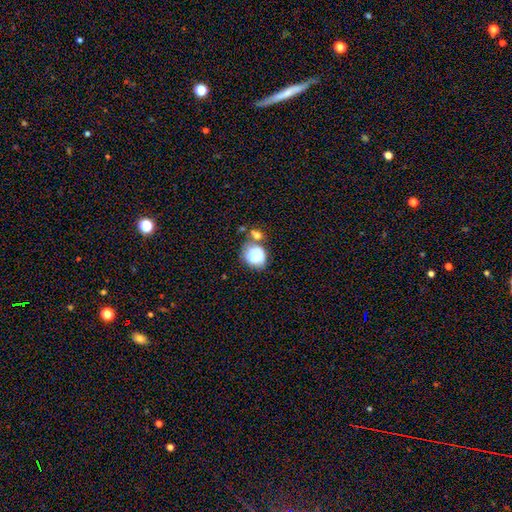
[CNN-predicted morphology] Overall: smooth (73%). How rounded: round (68%; in between 31%). Merging: none (47%; merger 23%).